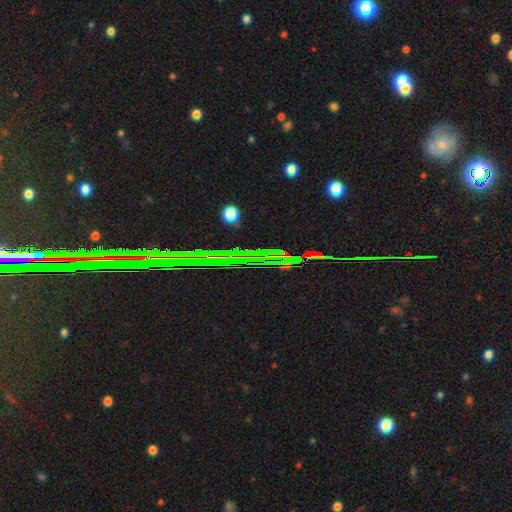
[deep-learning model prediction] smooth-or-featured: star or artifact: 77% | featured or disk: 14% | smooth: 10%